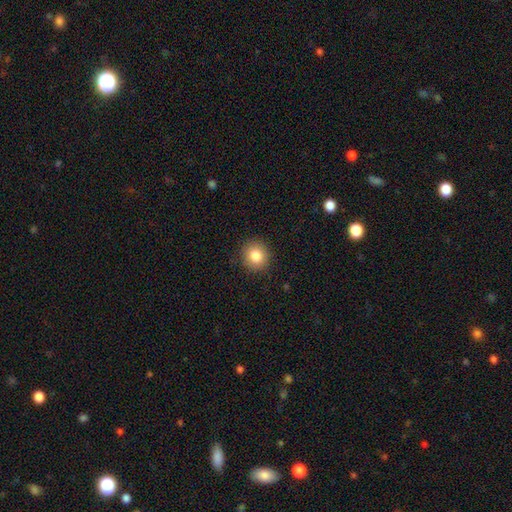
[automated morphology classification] Overall: smooth (84%). How rounded: round (87%). Merging: none (90%).